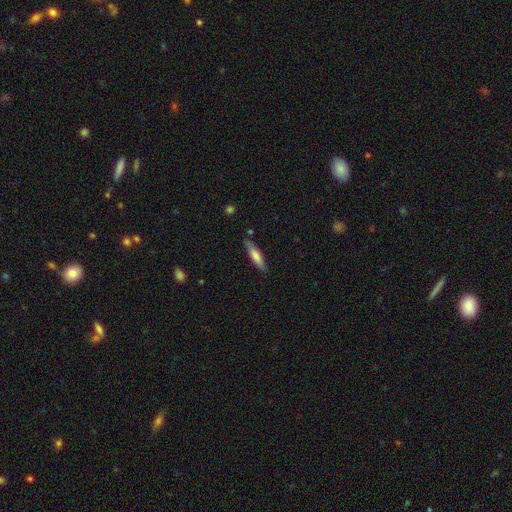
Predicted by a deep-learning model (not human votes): smooth_or_featured: smooth (p=0.67) [alt: featured or disk p=0.27]
how_rounded: cigar-shaped (p=0.77) [alt: in between p=0.22]
merging: none (p=0.82) [alt: minor disturbance p=0.13]